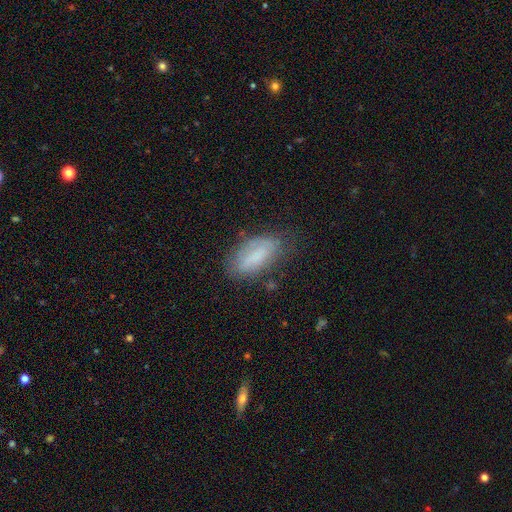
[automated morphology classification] Smooth or featured?
  - smooth: 65% *
  - featured or disk: 26%
  - star or artifact: 8%
How rounded?
  - in between: 86% *
  - cigar-shaped: 12%
  - round: 3%
Merging?
  - none: 64% *
  - minor disturbance: 25%
  - major disturbance: 8%
  - merger: 3%